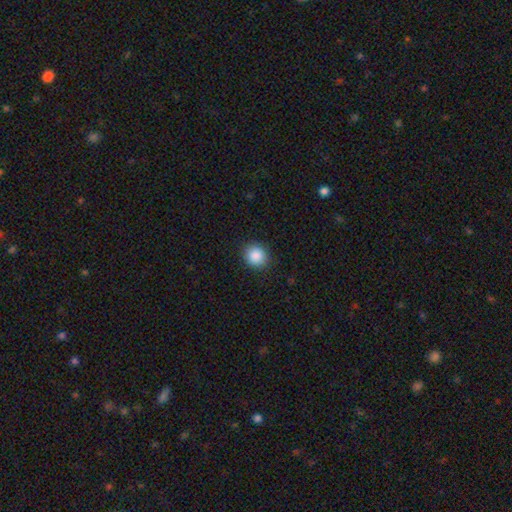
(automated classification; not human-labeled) This appears to be a smooth galaxy with no disk features (89%) that is round (85%). Merging: none (90%).